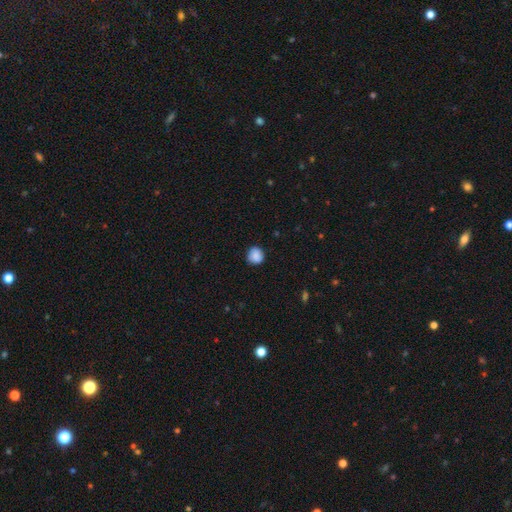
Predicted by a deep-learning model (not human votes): Morphology: type=smooth (86%); roundness=round (87%); merging=none (81%).